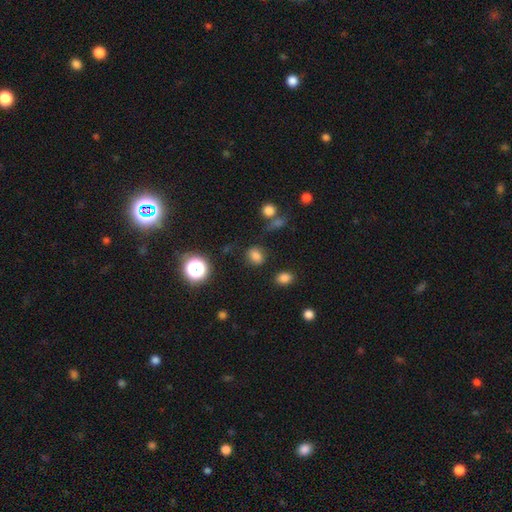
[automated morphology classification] This is likely a smooth galaxy (77%). How rounded: possibly in between (55%). Merging: likely none (79%).